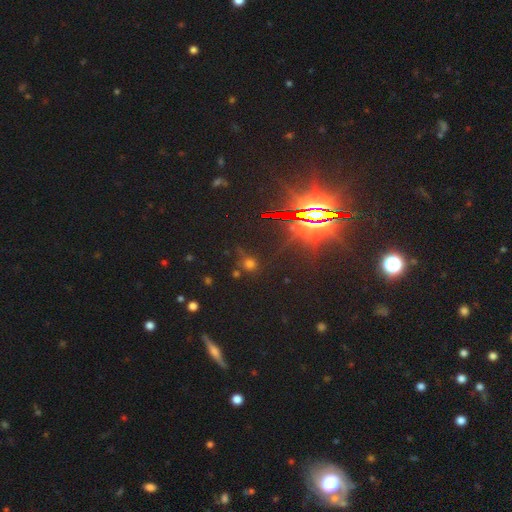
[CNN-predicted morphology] star or artifact 72%, smooth 17%, featured or disk 12%.